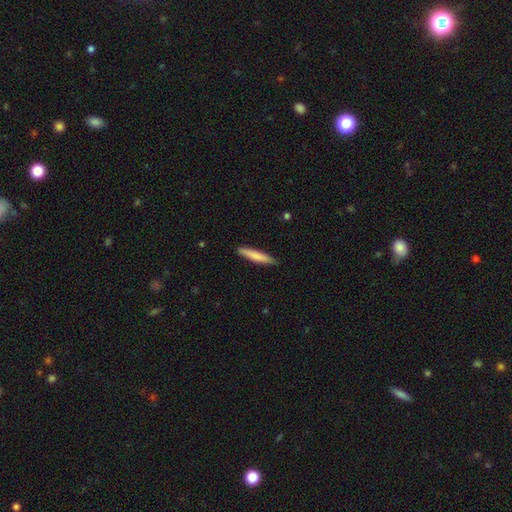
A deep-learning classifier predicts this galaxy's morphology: A smooth galaxy with no disk features (78%) that is cigar-shaped (92%).

Vote fractions:
- Smooth or featured? smooth: 78% / featured or disk: 17% / star or artifact: 5%
- How rounded? cigar-shaped: 92% / in between: 7% / round: 1%
- Merging? none: 87% / minor disturbance: 11% / major disturbance: 2% / merger: 1%